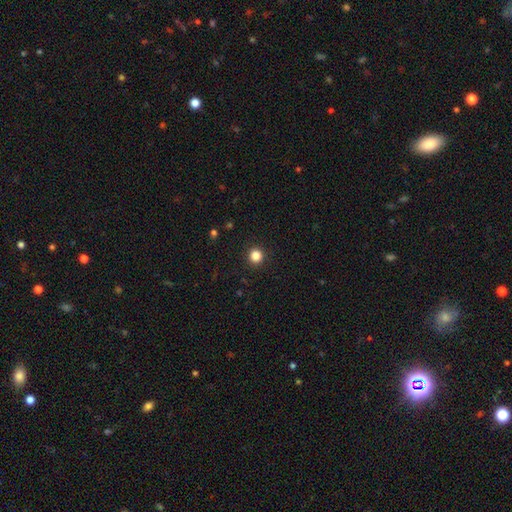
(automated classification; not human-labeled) Smooth or featured? smooth (84%)
How rounded? round (94%)
Merging? none (93%)